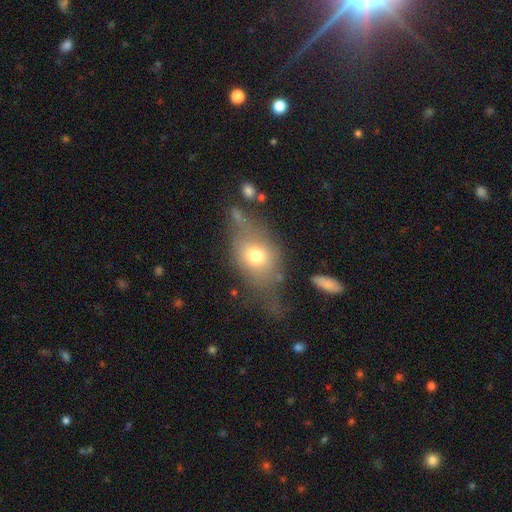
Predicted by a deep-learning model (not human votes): A smooth galaxy with no disk features (49%). Merging: none (51%).